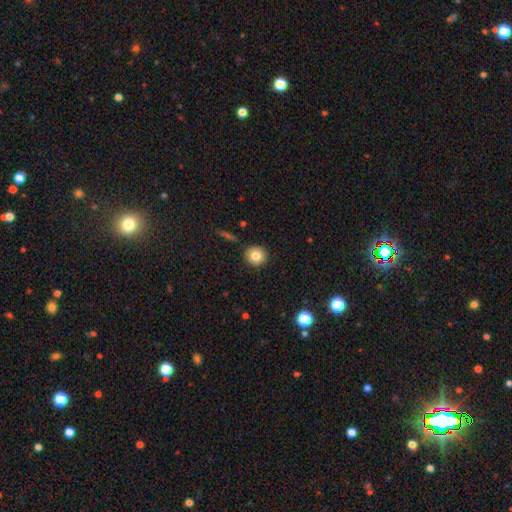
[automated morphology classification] Overall: smooth (81%). How rounded: round (91%). Merging: none (90%).